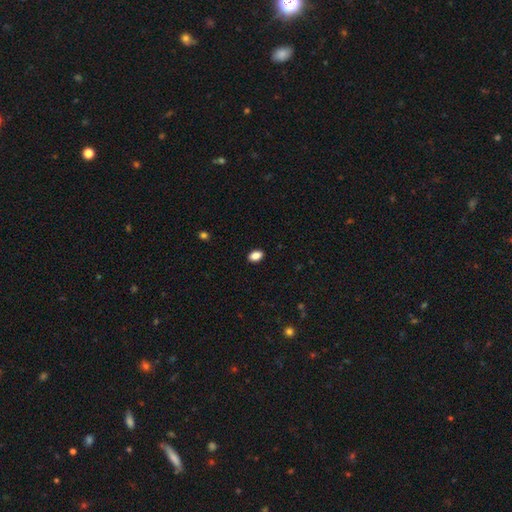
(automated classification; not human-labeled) smooth_or_featured: smooth (p=0.87) [alt: star or artifact p=0.09]
how_rounded: in between (p=0.87) [alt: round p=0.11]
merging: none (p=0.90) [alt: minor disturbance p=0.08]